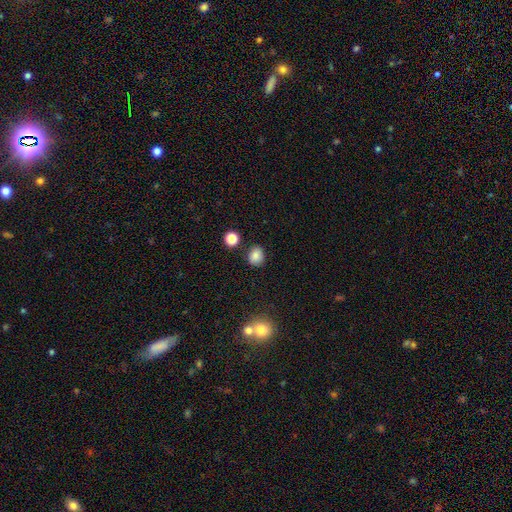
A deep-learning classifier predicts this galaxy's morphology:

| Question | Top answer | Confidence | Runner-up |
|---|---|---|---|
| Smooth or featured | smooth | 82% | star or artifact (12%) |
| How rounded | round | 71% | in between (28%) |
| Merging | none | 83% | minor disturbance (10%) |